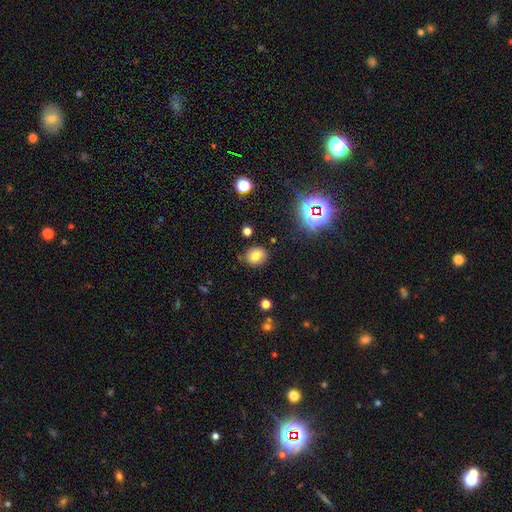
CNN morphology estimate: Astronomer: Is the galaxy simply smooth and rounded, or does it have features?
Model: smooth — 76%.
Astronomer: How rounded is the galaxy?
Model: round — 66%.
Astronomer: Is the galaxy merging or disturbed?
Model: none — 83%.